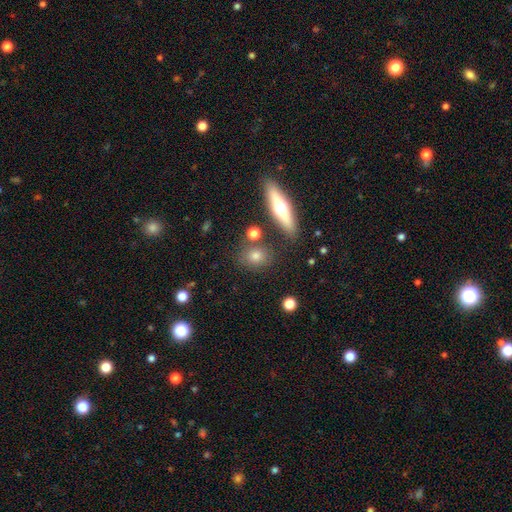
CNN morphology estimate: Overall: smooth (69%). How rounded: round (51%; in between 41%). Merging: none (80%).